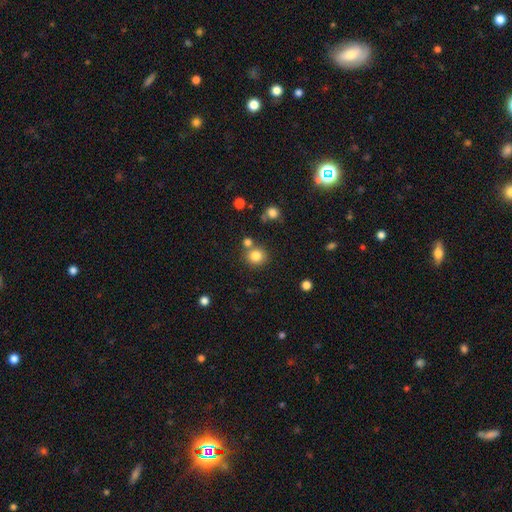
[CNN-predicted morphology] Smooth or featured?
  - smooth: 82% *
  - star or artifact: 12%
  - featured or disk: 6%
How rounded?
  - round: 88% *
  - in between: 11%
  - cigar-shaped: 1%
Merging?
  - none: 74% *
  - merger: 15%
  - minor disturbance: 9%
  - major disturbance: 3%